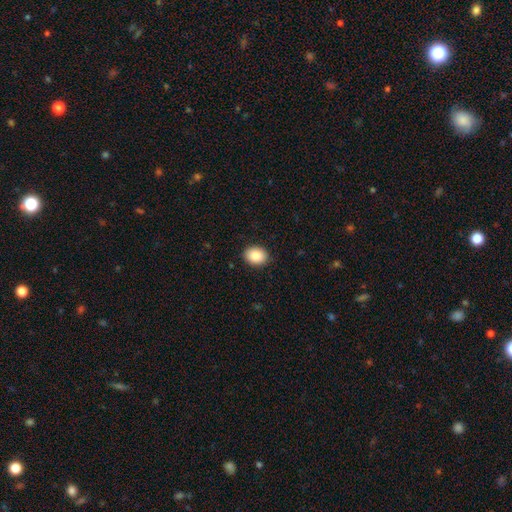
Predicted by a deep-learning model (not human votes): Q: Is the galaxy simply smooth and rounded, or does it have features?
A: smooth — 88%.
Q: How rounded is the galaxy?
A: in between — 58%.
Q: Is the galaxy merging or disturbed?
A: none — 90%.